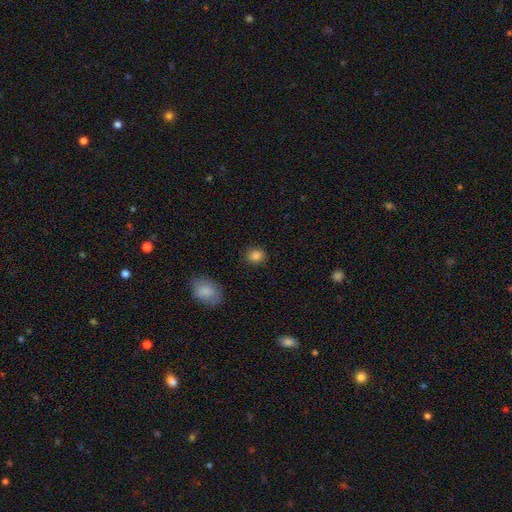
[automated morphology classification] Smooth or featured? smooth (85%)
How rounded? round (70%)
Merging? none (88%)